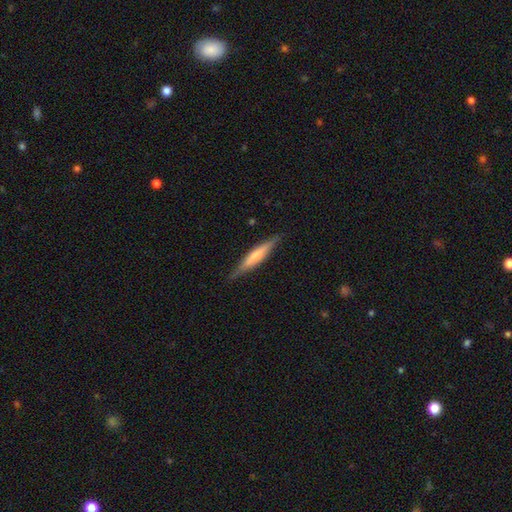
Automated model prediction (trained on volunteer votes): This appears to be a featured or disk galaxy (50%) viewed edge-on (95%). Merging: none (86%).